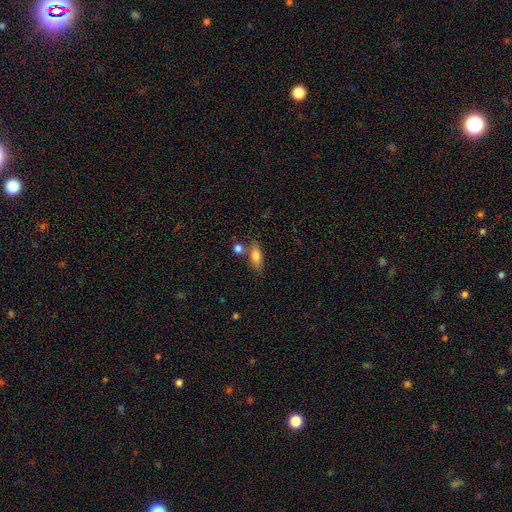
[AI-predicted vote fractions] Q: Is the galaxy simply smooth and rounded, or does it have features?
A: smooth — 77%.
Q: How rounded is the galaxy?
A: in between — 73%.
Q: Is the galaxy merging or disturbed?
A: none — 60%.